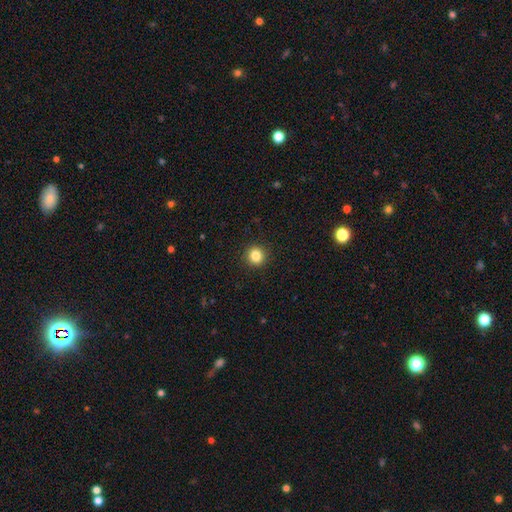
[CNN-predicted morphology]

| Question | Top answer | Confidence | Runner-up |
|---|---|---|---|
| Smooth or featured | smooth | 84% | star or artifact (11%) |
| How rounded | round | 88% | in between (11%) |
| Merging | none | 91% | minor disturbance (6%) |